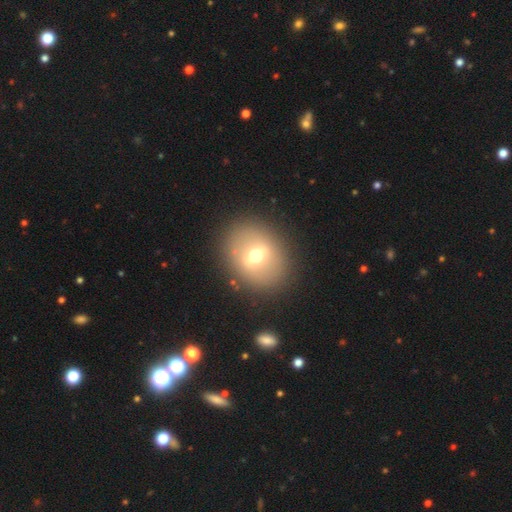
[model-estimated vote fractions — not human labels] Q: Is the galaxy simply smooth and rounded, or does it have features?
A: featured or disk — 46%.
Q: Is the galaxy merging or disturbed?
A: none — 85%.